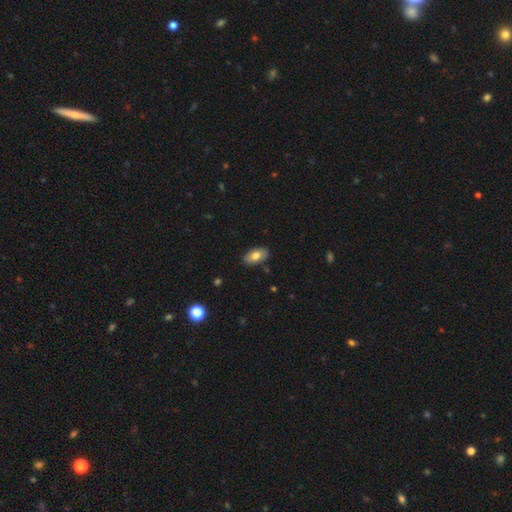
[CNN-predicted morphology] A smooth galaxy with no disk features (76%) that is in between round and cigar-shaped (93%). Merging: none (86%).